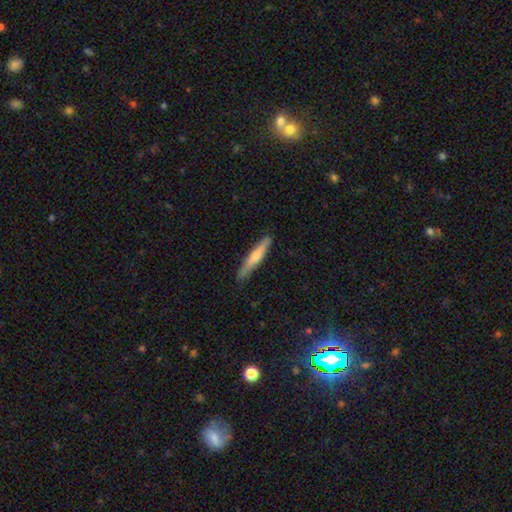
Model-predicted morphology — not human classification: A smooth galaxy with no disk features (53%) that is cigar-shaped (93%). Merging: none (87%).